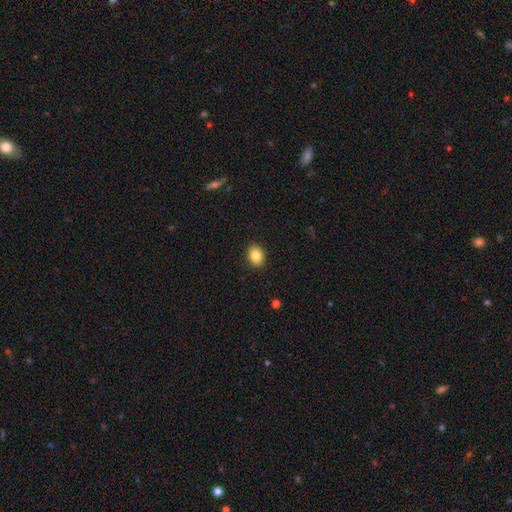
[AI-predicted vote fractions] Smooth or featured? Predicted: smooth (p=0.85). How rounded? Predicted: in between (p=0.63). Merging? Predicted: none (p=0.90).